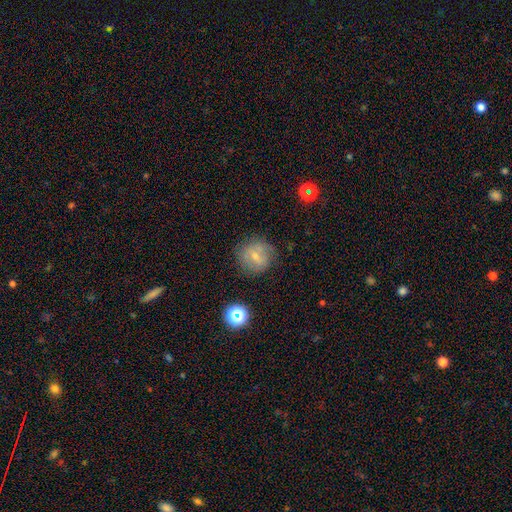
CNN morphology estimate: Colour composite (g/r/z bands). It shows a smooth galaxy with no disk features (61%) that is round (87%). Merging: none (74%).